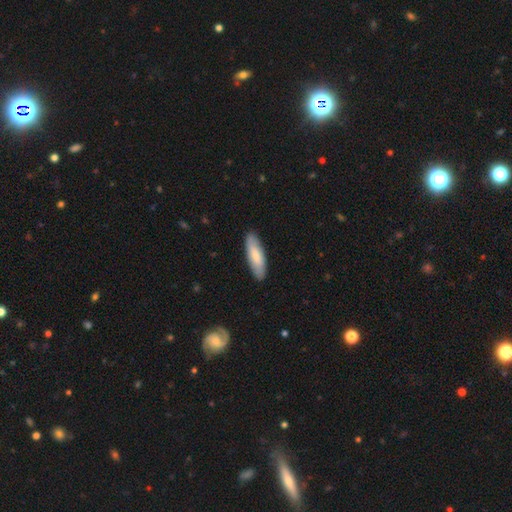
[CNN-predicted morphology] Smooth or featured? Predicted: smooth (p=0.76). How rounded? Predicted: cigar-shaped (p=0.49, tied with in between). Merging? Predicted: none (p=0.89).